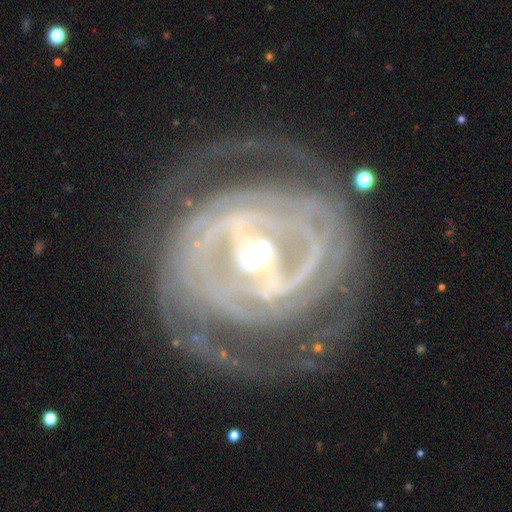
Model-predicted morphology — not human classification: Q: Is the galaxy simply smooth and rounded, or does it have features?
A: featured or disk — 91%.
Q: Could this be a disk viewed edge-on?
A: no — 95%.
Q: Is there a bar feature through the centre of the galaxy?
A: strong — 62%.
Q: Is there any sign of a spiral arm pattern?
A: yes — 94%.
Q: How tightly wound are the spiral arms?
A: tight — 76%.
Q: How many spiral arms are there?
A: can't tell — 28%.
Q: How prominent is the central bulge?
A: moderate — 61%.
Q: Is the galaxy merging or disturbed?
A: none — 75%.